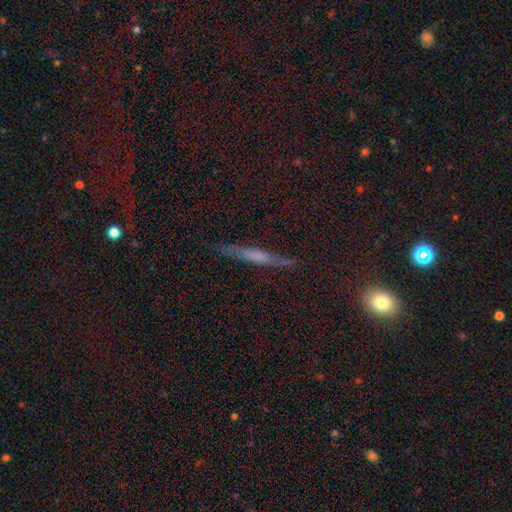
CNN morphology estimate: Smooth or featured? featured or disk (43%)
Merging? none (79%)